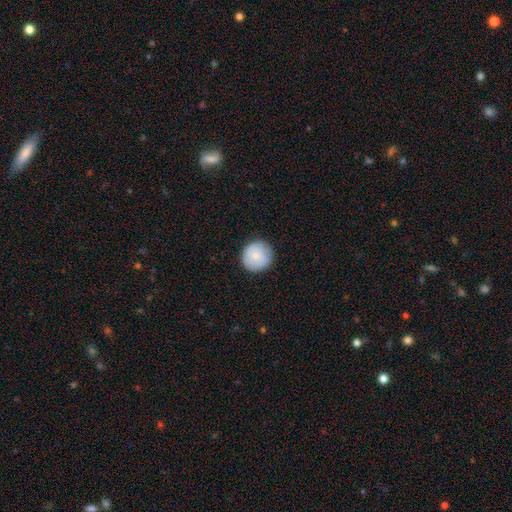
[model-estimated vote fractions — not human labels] This appears to be a smooth galaxy with no disk features (78%) that is round (94%). Merging: none (84%).